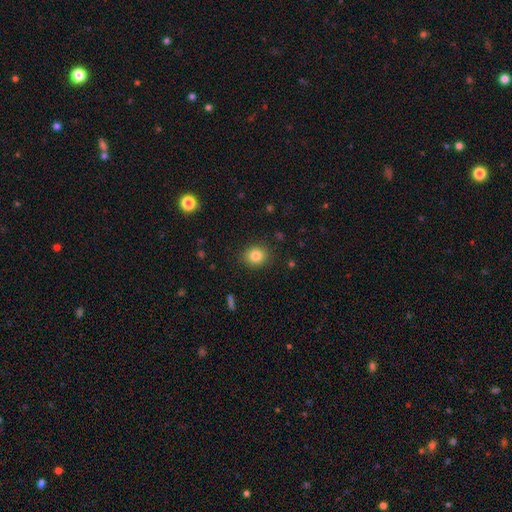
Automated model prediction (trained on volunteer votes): smooth_or_featured: smooth (p=0.83) [alt: star or artifact p=0.11]
how_rounded: round (p=0.73) [alt: in between p=0.26]
merging: none (p=0.88) [alt: minor disturbance p=0.08]